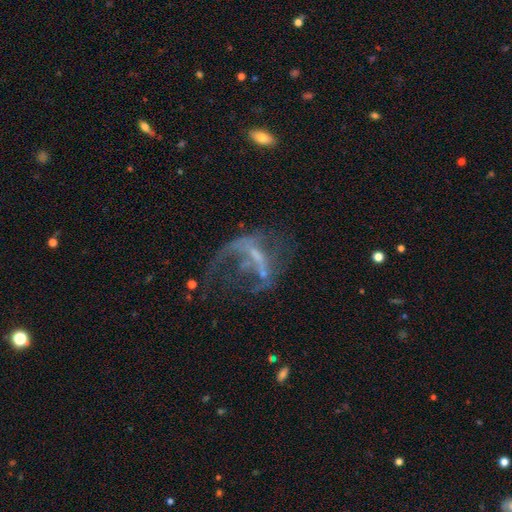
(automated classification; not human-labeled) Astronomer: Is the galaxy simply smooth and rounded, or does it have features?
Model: featured or disk — 67%.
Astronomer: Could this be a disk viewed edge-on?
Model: no — 95%.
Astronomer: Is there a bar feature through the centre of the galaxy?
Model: no — 54% (runner-up: weak, 29%).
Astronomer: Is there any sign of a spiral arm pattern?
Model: no — 59% (runner-up: yes, 41%).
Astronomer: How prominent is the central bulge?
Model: none — 52% (runner-up: small, 34%).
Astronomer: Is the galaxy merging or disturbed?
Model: major disturbance — 55%.